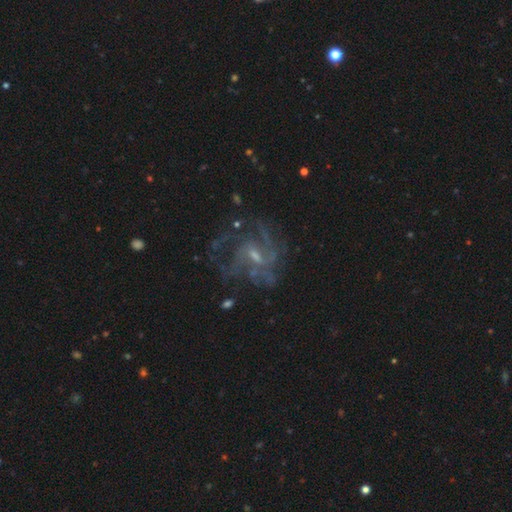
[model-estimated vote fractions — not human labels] Overall: featured or disk (80%). Edge-on disk: no (97%). Bar: weak (50%; no 40%). Spiral arms: yes (84%). Spiral arm count: can't tell (37%; 3 21%). Spiral winding: medium (45%; tight 31%). Bulge size: small (54%; moderate 33%). Merging: none (55%; major disturbance 25%).